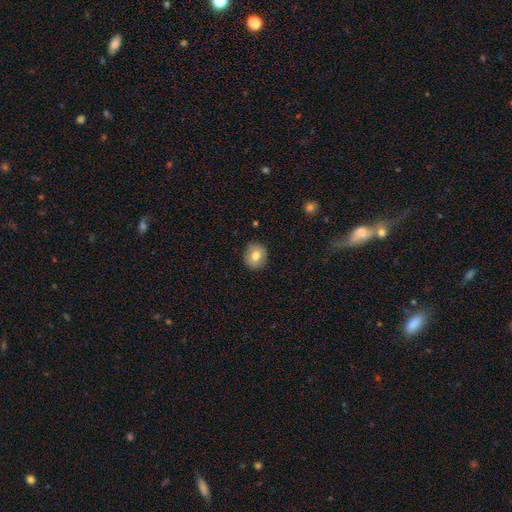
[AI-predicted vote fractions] smooth 77%, featured or disk 14%, star or artifact 9%. Down the decision tree: how rounded — round (83%); merging — none (89%).